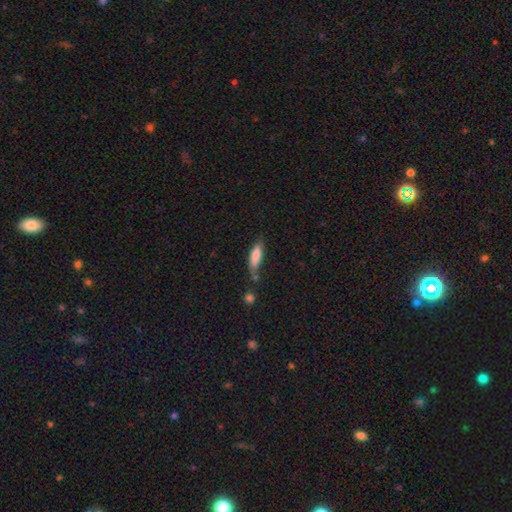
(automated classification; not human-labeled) smooth-or-featured: smooth: 79% | featured or disk: 14% | star or artifact: 7%
  how-rounded: cigar-shaped: 49% (tied) | in between: 49% (tied) | round: 2%
  merging: none: 49% | minor disturbance: 29% | merger: 12% | major disturbance: 10%